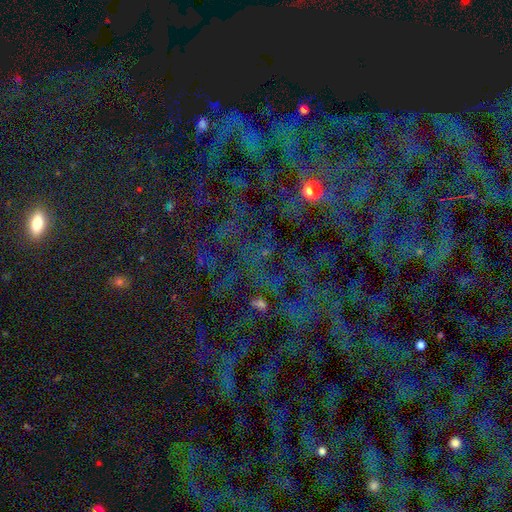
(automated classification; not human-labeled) Overall: star or artifact (79%).